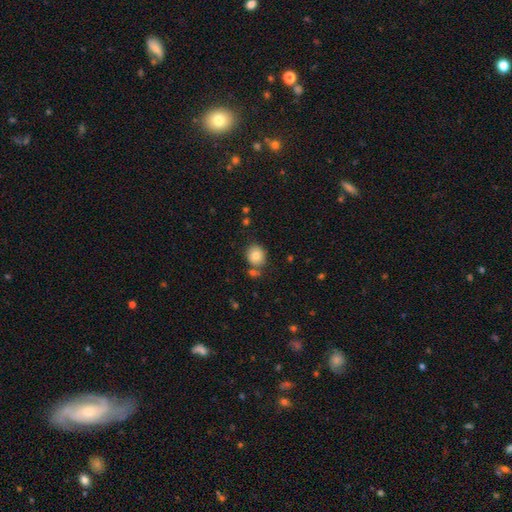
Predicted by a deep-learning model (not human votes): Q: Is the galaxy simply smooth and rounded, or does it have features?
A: smooth — 80%.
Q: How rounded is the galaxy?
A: round — 77%.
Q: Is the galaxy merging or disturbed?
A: none — 74%.